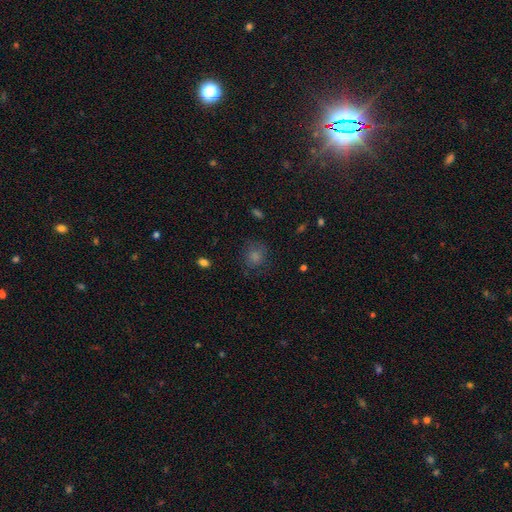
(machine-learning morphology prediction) smooth-or-featured: smooth: 58% | star or artifact: 29% | featured or disk: 12%
  how-rounded: round: 85% | in between: 14% | cigar-shaped: 1%
  merging: none: 79% | minor disturbance: 13% | major disturbance: 6% | merger: 1%